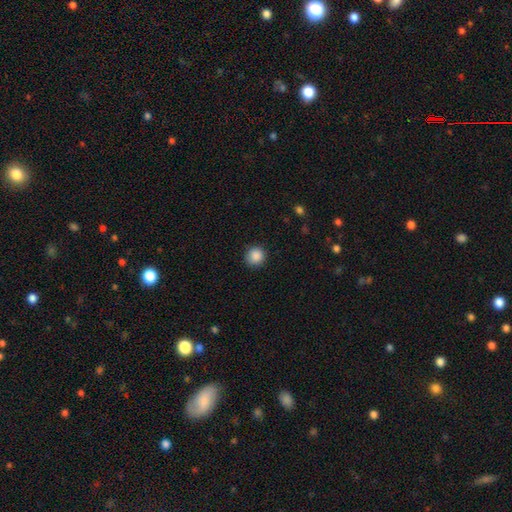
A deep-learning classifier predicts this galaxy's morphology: Smooth or featured: smooth — 88% (star or artifact — 9%)
How rounded: round — 93% (in between — 6%)
Merging: none — 89% (minor disturbance — 7%)